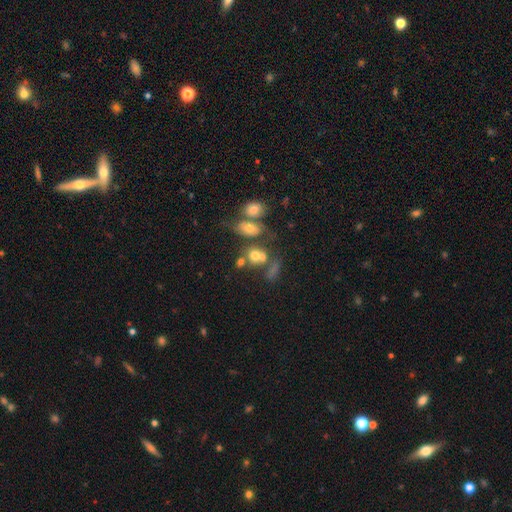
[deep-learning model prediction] Smooth or featured? Predicted: smooth (p=0.66). How rounded? Predicted: round (p=0.53). Merging? Predicted: merger (p=0.42).